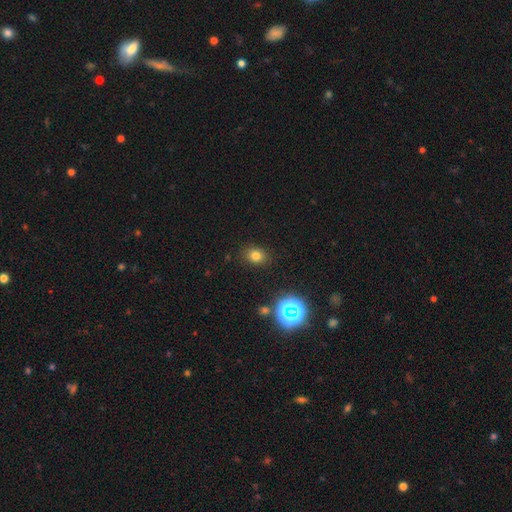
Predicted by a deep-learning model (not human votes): smooth-or-featured: smooth: 74% | star or artifact: 19% | featured or disk: 7%
  how-rounded: round: 53% | in between: 46% | cigar-shaped: 1%
  merging: none: 87% | minor disturbance: 8% | major disturbance: 3% | merger: 2%